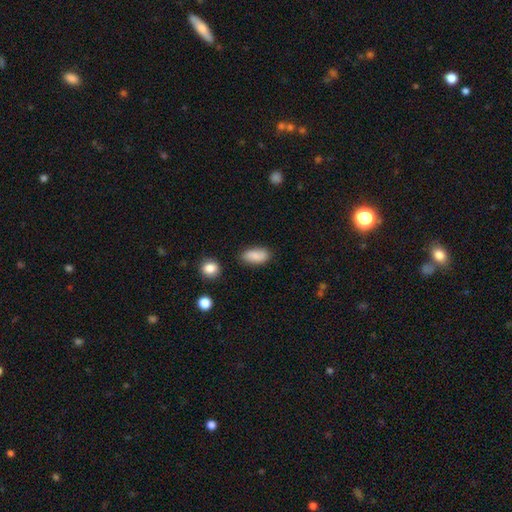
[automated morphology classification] Smooth or featured? Predicted: smooth (p=0.82). How rounded? Predicted: in between (p=0.91). Merging? Predicted: none (p=0.78).